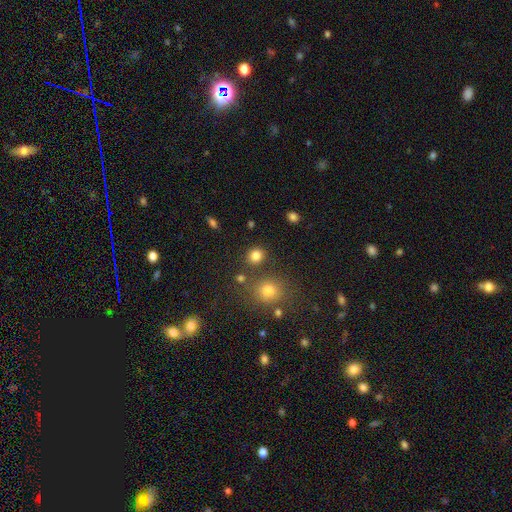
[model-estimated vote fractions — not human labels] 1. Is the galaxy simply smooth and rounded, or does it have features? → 82% smooth, 13% star or artifact, 5% featured or disk.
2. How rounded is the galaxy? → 78% round, 21% in between, 1% cigar-shaped.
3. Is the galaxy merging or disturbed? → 81% none, 9% minor disturbance, 7% merger, 3% major disturbance.